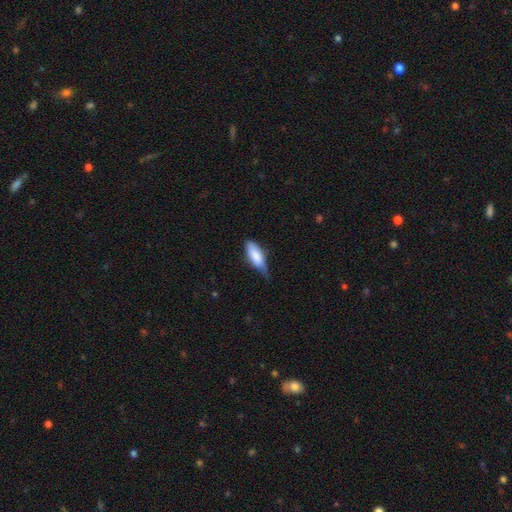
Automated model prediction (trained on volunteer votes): The model was most divided on "merging": minor disturbance: 50%, none: 36%, major disturbance: 12%, merger: 2%. More confident: smooth or featured — smooth (80%); how rounded — in between (76%).